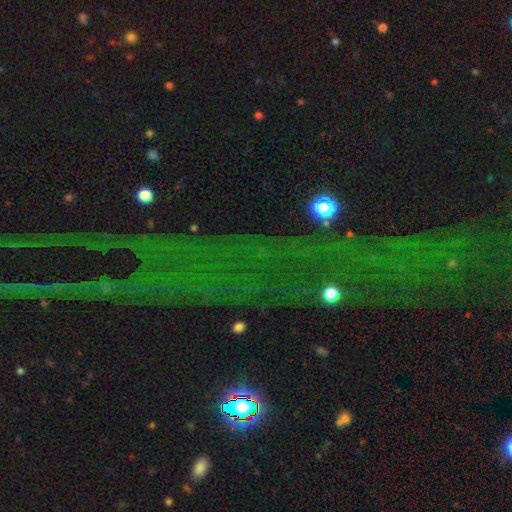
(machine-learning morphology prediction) type=star or artifact (78%).